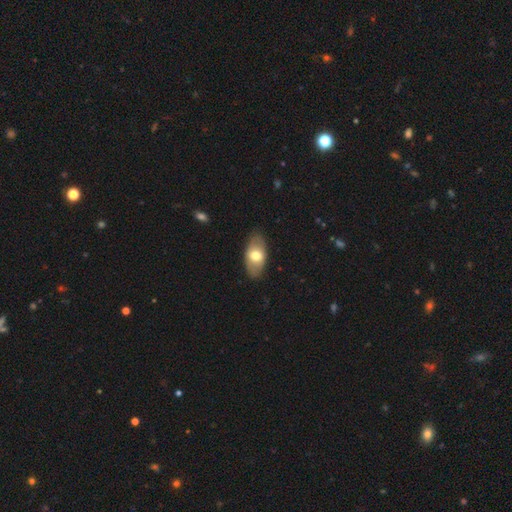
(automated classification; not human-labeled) The model was most divided on "smooth or featured": smooth: 63%, featured or disk: 31%, star or artifact: 6%. More confident: how rounded — in between (92%); merging — none (84%).